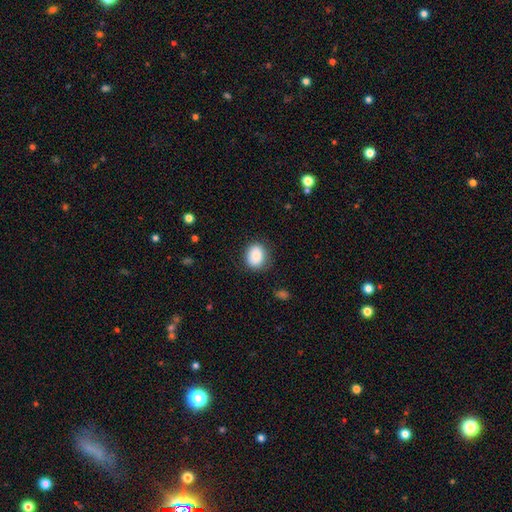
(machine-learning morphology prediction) A smooth galaxy with no disk features (87%) that is round (56%). Merging: none (80%).